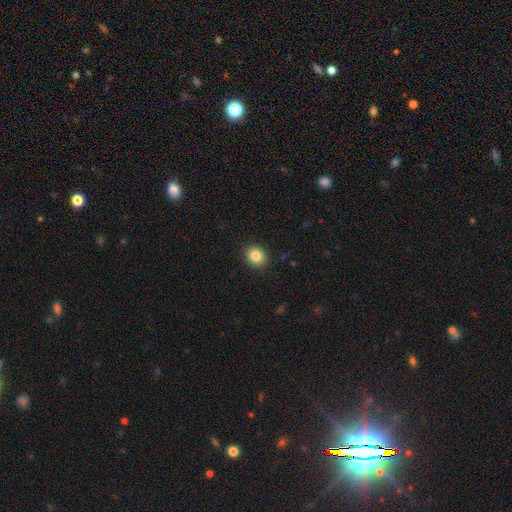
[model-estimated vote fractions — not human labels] Smooth or featured?
  - smooth: 84% *
  - star or artifact: 10%
  - featured or disk: 6%
How rounded?
  - round: 72% *
  - in between: 28%
  - cigar-shaped: 1%
Merging?
  - none: 91% *
  - minor disturbance: 6%
  - major disturbance: 2%
  - merger: 1%